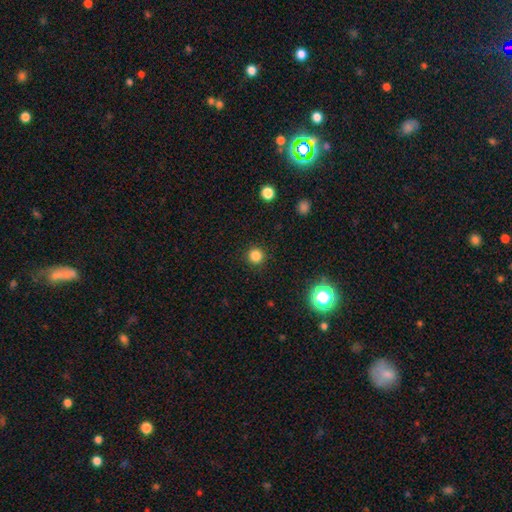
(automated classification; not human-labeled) This appears to be a smooth galaxy with no disk features (82%) that is round (95%). Merging: none (92%).